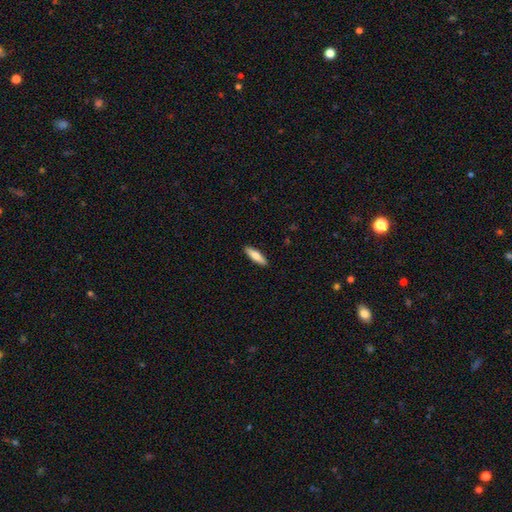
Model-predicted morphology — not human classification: A smooth galaxy with no disk features (73%) that is cigar-shaped (65%). Merging: none (91%).